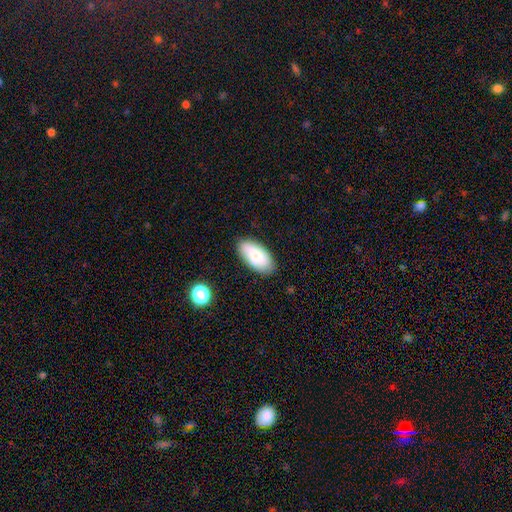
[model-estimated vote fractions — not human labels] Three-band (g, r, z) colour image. It shows a smooth galaxy with no disk features (80%) that is in between round and cigar-shaped (93%). Merging: none (85%).